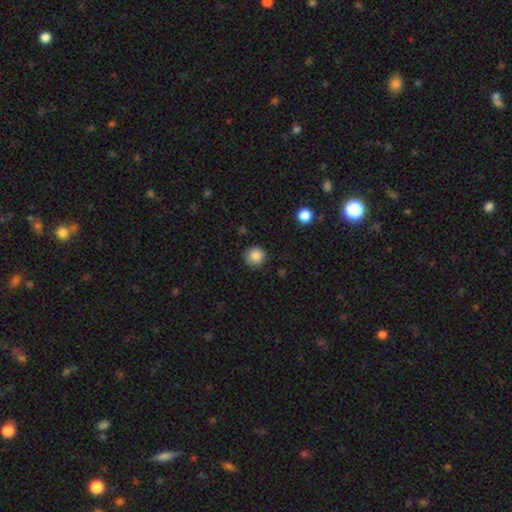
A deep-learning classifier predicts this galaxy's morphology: This appears to be a smooth galaxy with no disk features (86%) that is round (94%). Merging: none (87%).